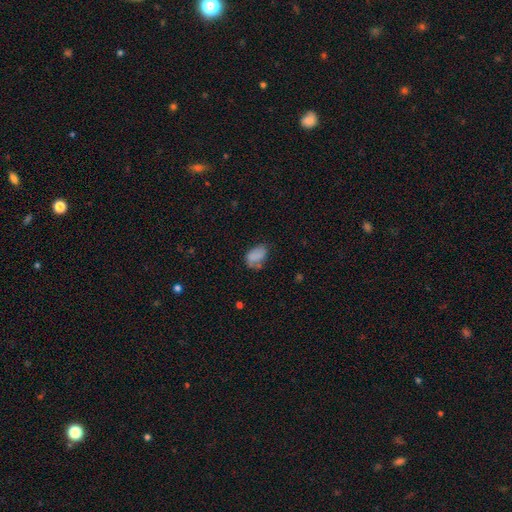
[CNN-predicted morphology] This is clearly a smooth galaxy (81%). How rounded: clearly in between (87%). Merging: possibly none (50%).